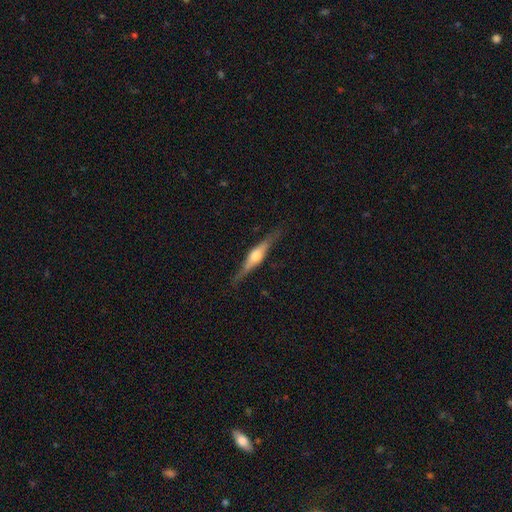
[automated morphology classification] A featured or disk galaxy (70%) viewed edge-on (96%) with a rounded central bulge (90%).

Vote fractions:
- Smooth or featured? featured or disk: 70% / smooth: 24% / star or artifact: 6%
- Edge-on disk? yes: 96% / no: 4%
- Edge-on bulge? rounded: 90% / boxy: 7% / none: 3%
- Merging? none: 85% / minor disturbance: 11% / major disturbance: 3% / merger: 1%